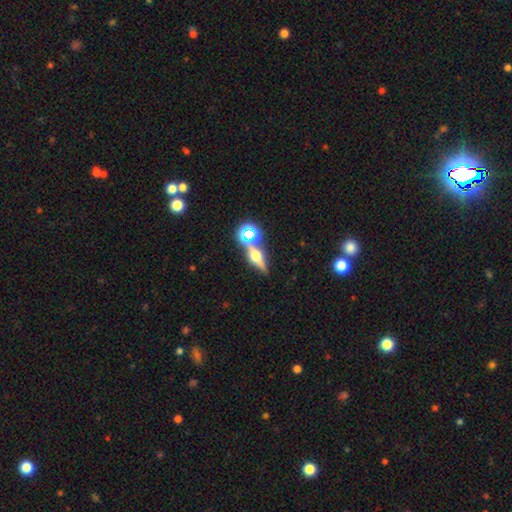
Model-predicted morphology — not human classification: Overall: featured or disk (54%; smooth 26%). Edge-on disk: yes (88%). Merging: none (71%).